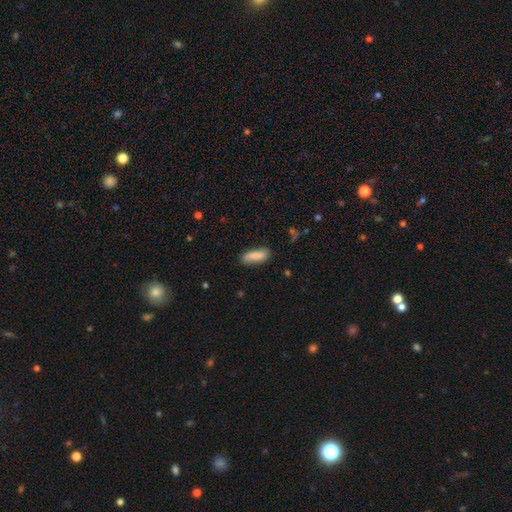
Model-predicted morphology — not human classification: type=smooth (80%); roundness=in between (58%); merging=none (78%).